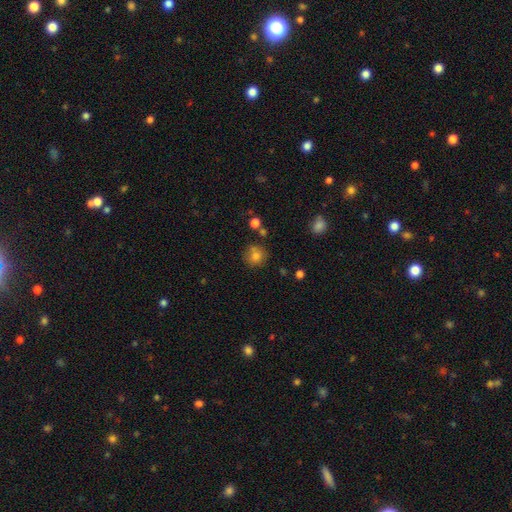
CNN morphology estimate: type=smooth (78%); roundness=round (87%); merging=none (74%).